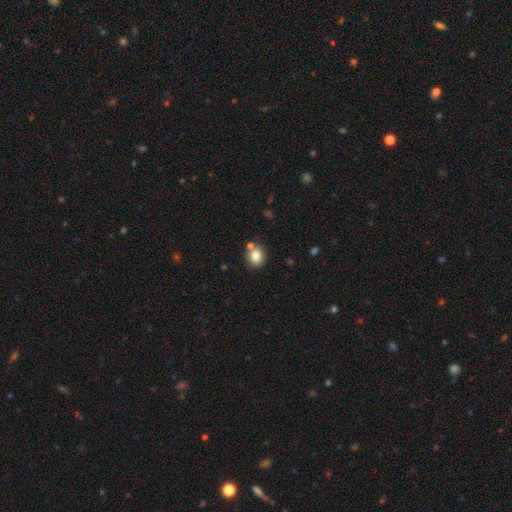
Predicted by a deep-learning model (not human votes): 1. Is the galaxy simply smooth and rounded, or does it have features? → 83% smooth, 10% star or artifact, 7% featured or disk.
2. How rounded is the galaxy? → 71% round, 28% in between, 1% cigar-shaped.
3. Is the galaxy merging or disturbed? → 70% none, 16% merger, 12% minor disturbance, 3% major disturbance.